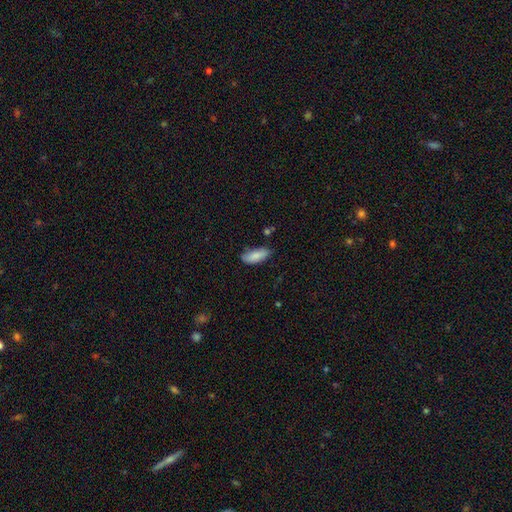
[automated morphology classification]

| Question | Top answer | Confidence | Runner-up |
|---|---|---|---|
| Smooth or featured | smooth | 85% | featured or disk (9%) |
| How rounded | in between | 80% | cigar-shaped (18%) |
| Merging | none | 71% | minor disturbance (23%) |